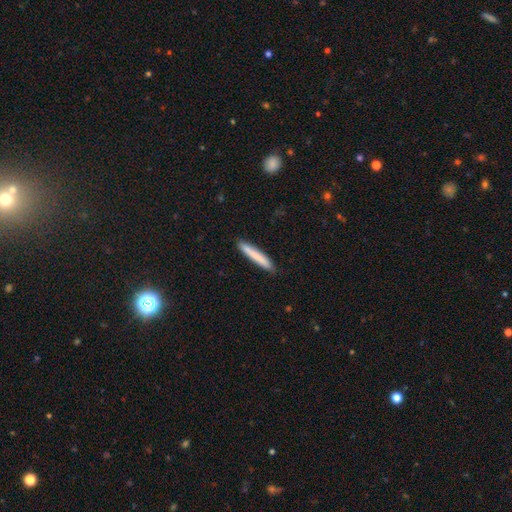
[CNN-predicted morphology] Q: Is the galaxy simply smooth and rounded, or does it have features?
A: smooth — 80%.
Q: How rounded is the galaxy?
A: cigar-shaped — 95%.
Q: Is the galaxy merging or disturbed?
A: none — 89%.